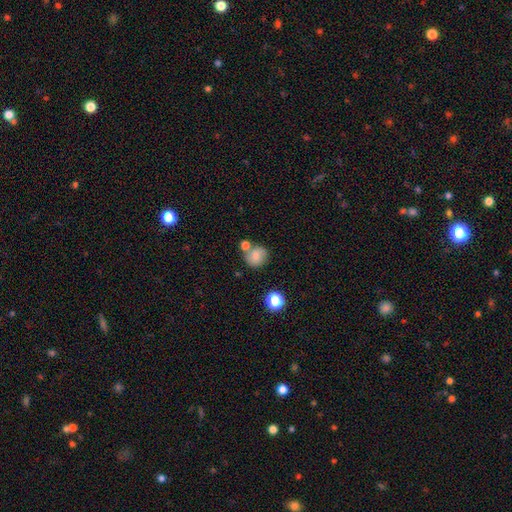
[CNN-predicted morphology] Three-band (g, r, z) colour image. It shows a smooth galaxy with no disk features (77%) that is round (81%). Merging: none (59%).